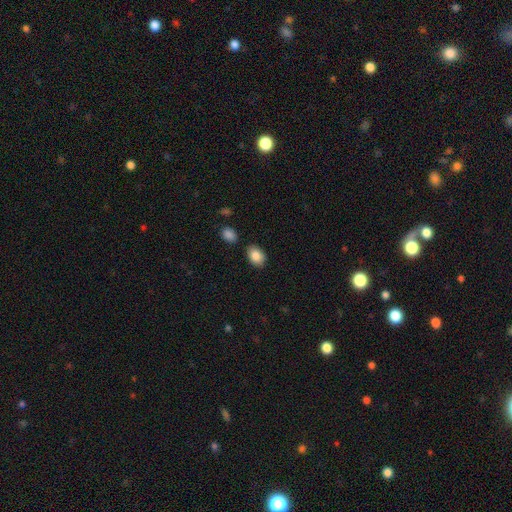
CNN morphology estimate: The model was most divided on "how rounded": in between: 82%, round: 16%, cigar-shaped: 1%. More confident: smooth or featured — smooth (86%); merging — none (81%).